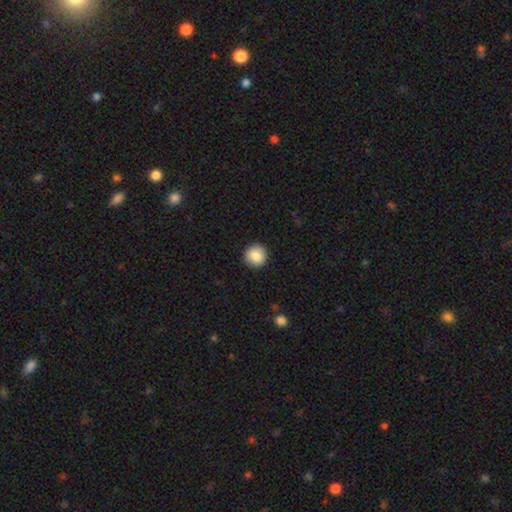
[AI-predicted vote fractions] This is clearly a smooth galaxy (87%). How rounded: clearly round (94%). Merging: clearly none (91%).